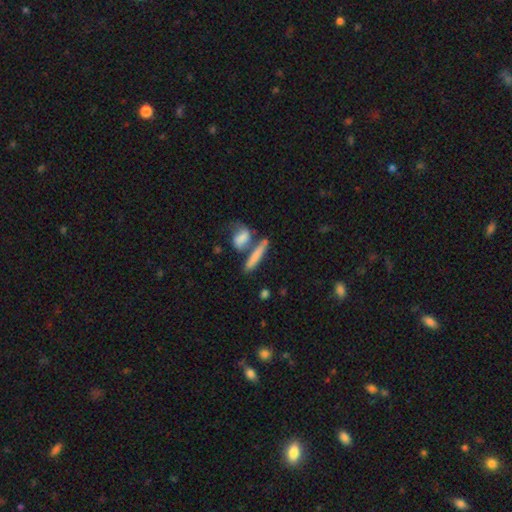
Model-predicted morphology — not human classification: This is likely a smooth galaxy (67%). How rounded: likely cigar-shaped (76%). Merging: possibly none (52%).